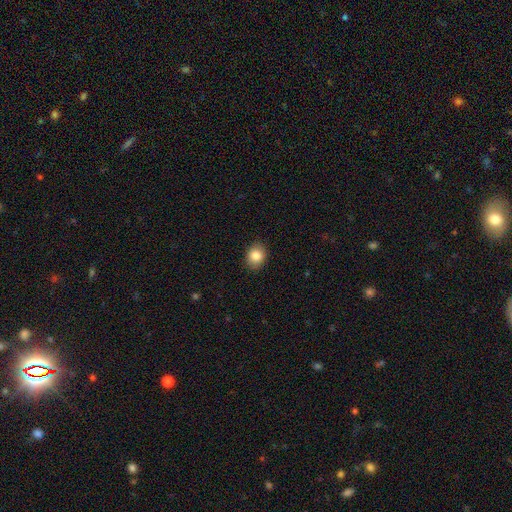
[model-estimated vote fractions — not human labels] Smooth or featured?
  - smooth: 85% *
  - star or artifact: 9%
  - featured or disk: 6%
How rounded?
  - round: 50% *
  - in between: 49%
  - cigar-shaped: 1%
Merging?
  - none: 88% *
  - minor disturbance: 9%
  - major disturbance: 2%
  - merger: 1%